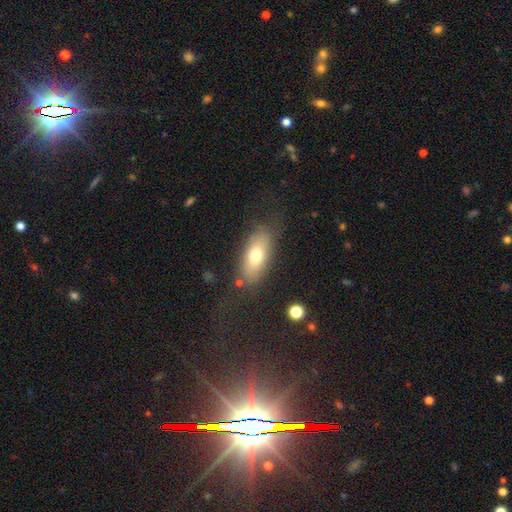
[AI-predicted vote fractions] Q: Smooth or featured?
A: smooth (69%); runner-up: featured or disk (22%)
Q: How rounded?
A: in between (81%); runner-up: cigar-shaped (15%)
Q: Merging?
A: none (74%); runner-up: minor disturbance (15%)